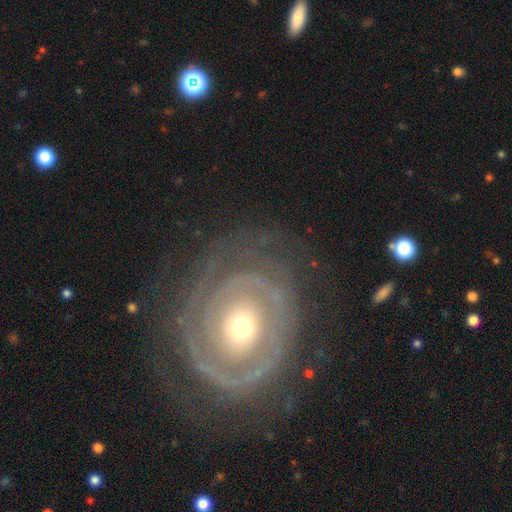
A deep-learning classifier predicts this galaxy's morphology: The model was most divided on "spiral arm count": 2: 36%, can't tell: 28%, 3: 15%, 1: 9%, 4: 7%, more than 4: 6%. More confident: edge-on disk — no (97%); spiral arms — yes (87%); smooth or featured — featured or disk (85%); bar — no (81%); spiral winding — tight (79%); merging — none (75%); bulge size — moderate (56%).